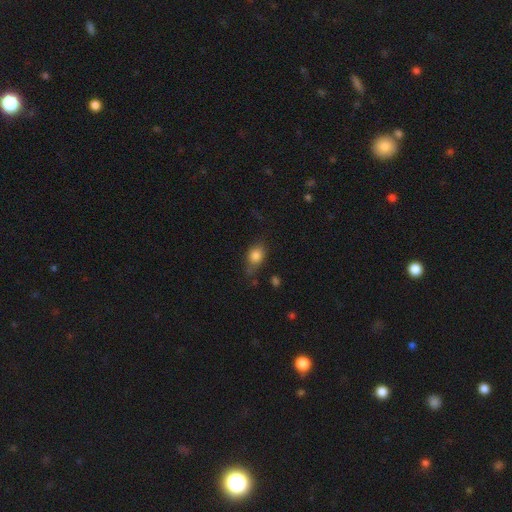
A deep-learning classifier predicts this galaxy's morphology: type=smooth (82%); roundness=in between (66%); merging=none (62%).